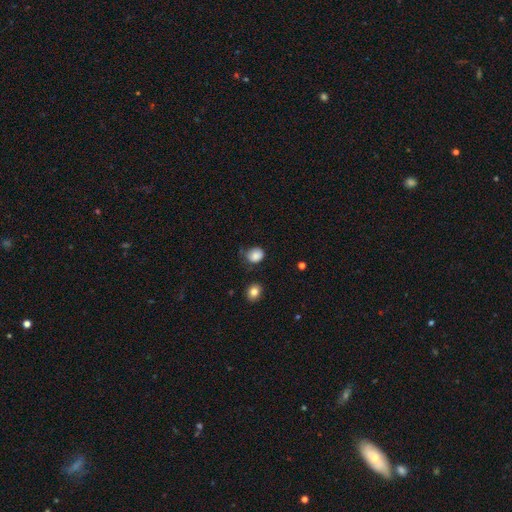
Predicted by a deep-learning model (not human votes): Smooth or featured?
  - smooth: 86% *
  - star or artifact: 9%
  - featured or disk: 5%
How rounded?
  - round: 68% *
  - in between: 31%
  - cigar-shaped: 1%
Merging?
  - none: 69% *
  - minor disturbance: 23%
  - major disturbance: 6%
  - merger: 3%